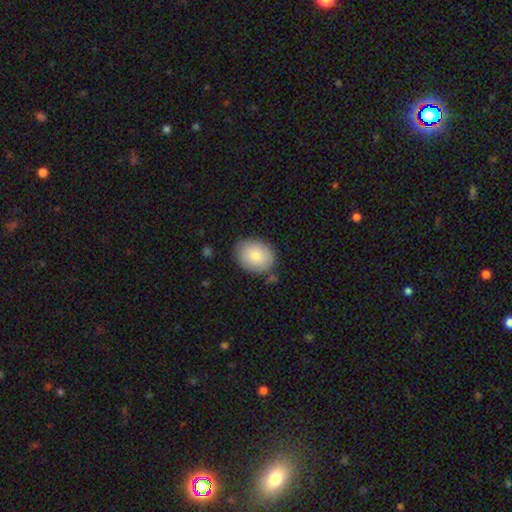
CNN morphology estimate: A smooth galaxy with no disk features (83%) that is in between round and cigar-shaped (58%). Merging: none (78%).